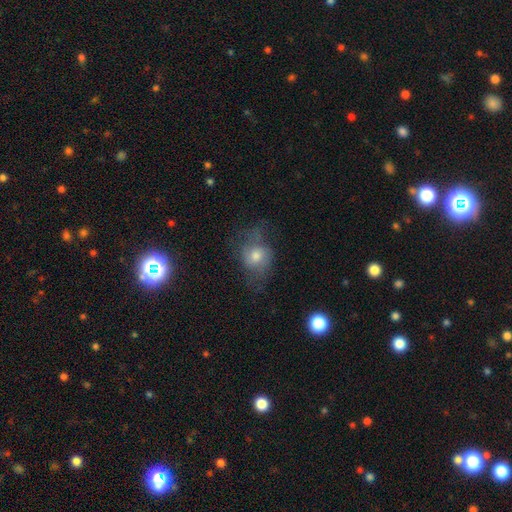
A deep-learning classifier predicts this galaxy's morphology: Smooth or featured: smooth — 52% (featured or disk — 34%)
How rounded: round — 53% (in between — 45%)
Merging: none — 49% (minor disturbance — 25%)